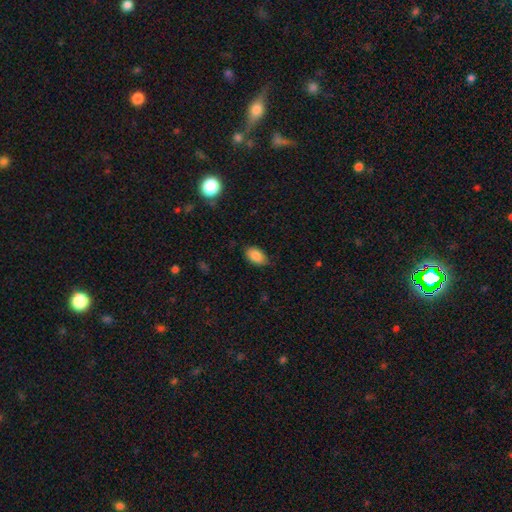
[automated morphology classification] type=smooth (86%); roundness=in between (89%); merging=none (74%).